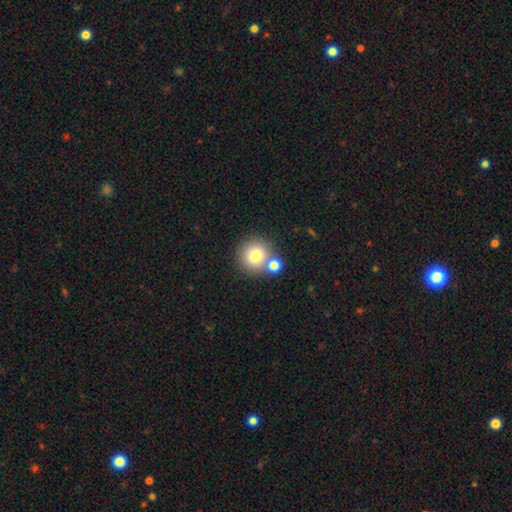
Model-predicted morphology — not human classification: Overall: smooth (78%). How rounded: round (90%). Merging: none (62%; merger 27%).